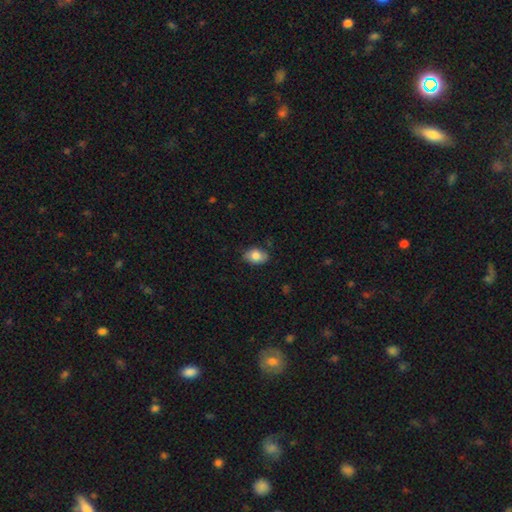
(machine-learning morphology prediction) Smooth or featured?
  - smooth: 82% *
  - featured or disk: 10%
  - star or artifact: 7%
How rounded?
  - in between: 86% *
  - round: 13%
  - cigar-shaped: 1%
Merging?
  - none: 80% *
  - minor disturbance: 16%
  - major disturbance: 3%
  - merger: 1%